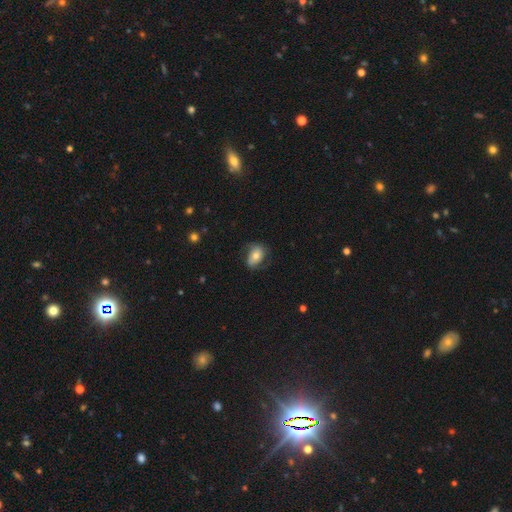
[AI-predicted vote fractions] This is possibly a smooth galaxy (56%). How rounded: likely in between (78%). Merging: possibly none (60%).